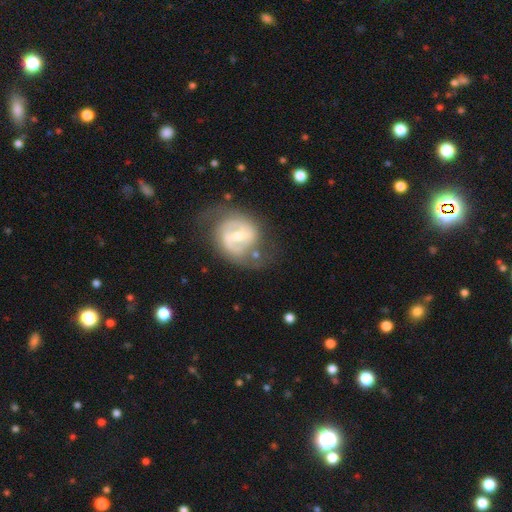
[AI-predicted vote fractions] Morphology: type=featured or disk (78%); edge-on=no (97%); bar=weak (47%); spiral arms=yes (80%); winding=medium (44%); arm count=2 (76%); bulge=moderate (48%); merging=none (62%).